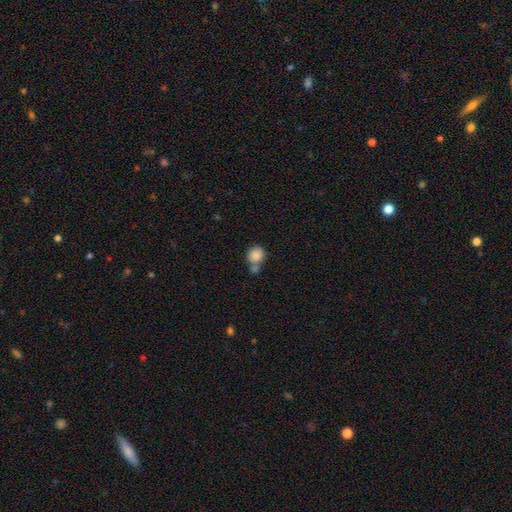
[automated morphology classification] Q: Smooth or featured?
A: smooth (86%); runner-up: star or artifact (8%)
Q: How rounded?
A: round (85%); runner-up: in between (14%)
Q: Merging?
A: none (45%); runner-up: merger (40%)